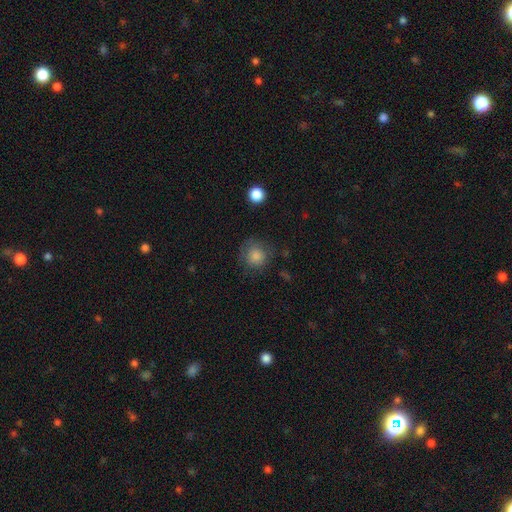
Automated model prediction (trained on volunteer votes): Q: Smooth or featured?
A: smooth (80%); runner-up: star or artifact (10%)
Q: How rounded?
A: round (91%); runner-up: in between (8%)
Q: Merging?
A: none (75%); runner-up: minor disturbance (17%)